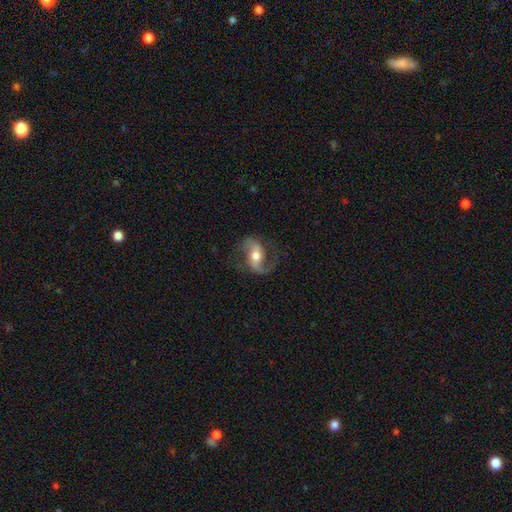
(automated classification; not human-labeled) Smooth or featured? featured or disk (83%)
Edge-on disk? no (96%)
Bar? weak (38%)
Spiral arms? yes (95%)
Spiral winding? loose (52%)
Spiral arm count? 2 (85%)
Bulge size? moderate (70%)
Merging? none (70%)